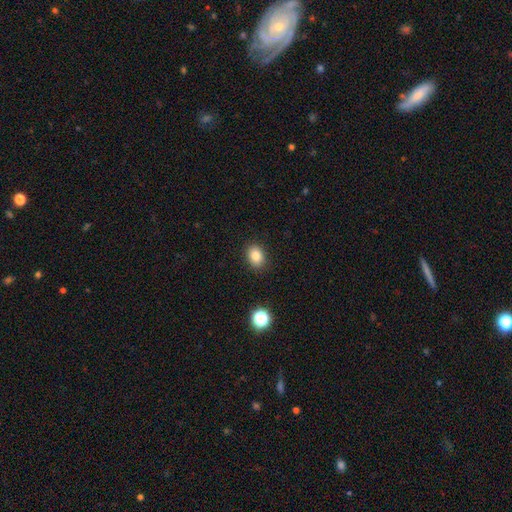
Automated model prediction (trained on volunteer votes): Smooth or featured?
  - smooth: 83% *
  - star or artifact: 11%
  - featured or disk: 6%
How rounded?
  - in between: 61% *
  - round: 38%
  - cigar-shaped: 1%
Merging?
  - none: 89% *
  - minor disturbance: 8%
  - major disturbance: 2%
  - merger: 1%